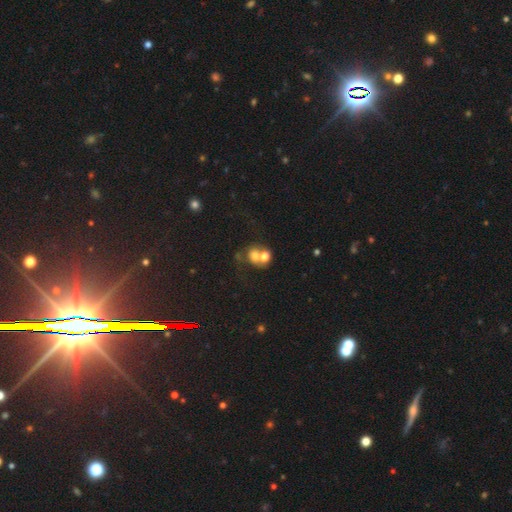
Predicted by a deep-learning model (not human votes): Morphology: type=smooth (63%); roundness=round (63%); merging=merger (57%).